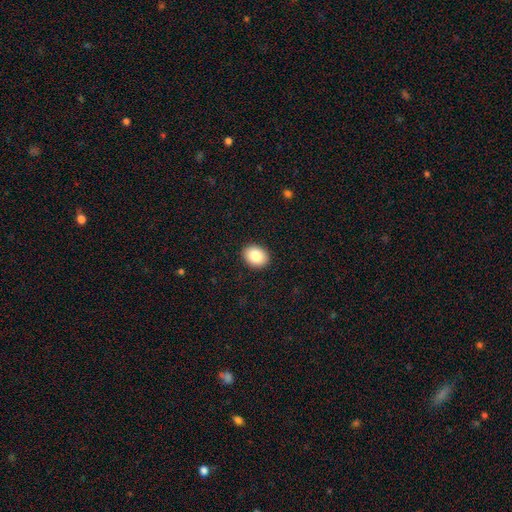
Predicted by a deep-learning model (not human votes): A smooth galaxy with no disk features (85%) that is in between round and cigar-shaped (58%). Merging: none (92%).